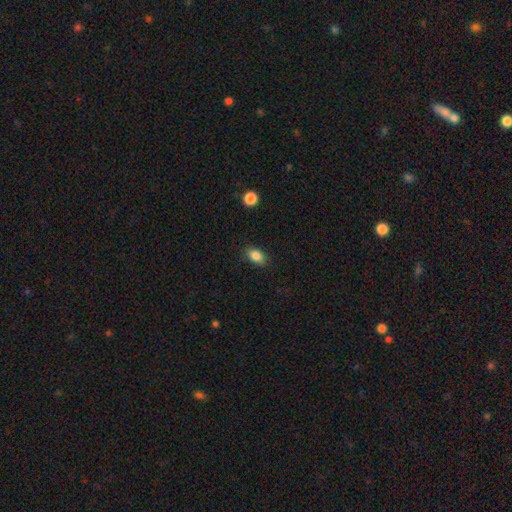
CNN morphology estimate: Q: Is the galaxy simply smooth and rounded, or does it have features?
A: smooth — 86%.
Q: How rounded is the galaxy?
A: in between — 85%.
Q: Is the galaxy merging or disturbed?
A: none — 86%.